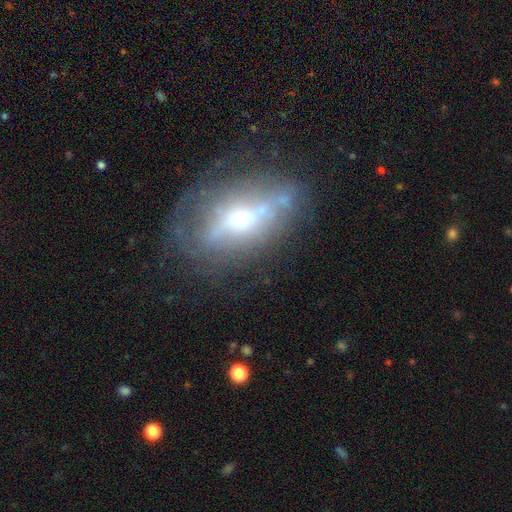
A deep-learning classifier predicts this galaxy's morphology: featured or disk 62%, smooth 26%, star or artifact 13%. Down the decision tree: edge-on disk — no (69%); merging — none (59%).